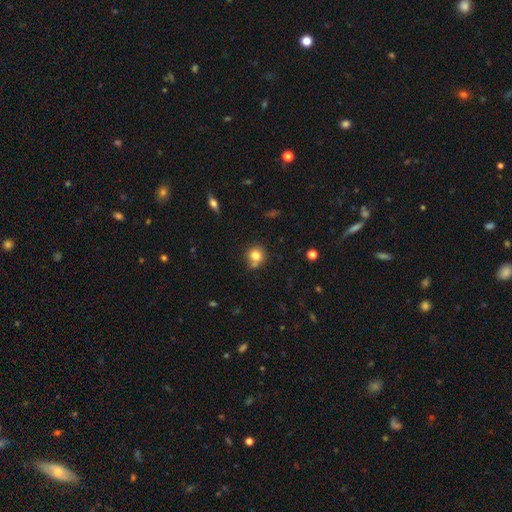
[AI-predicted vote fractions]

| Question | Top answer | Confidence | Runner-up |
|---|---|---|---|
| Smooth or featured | smooth | 79% | star or artifact (11%) |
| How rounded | round | 87% | in between (12%) |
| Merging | none | 65% | merger (16%) |